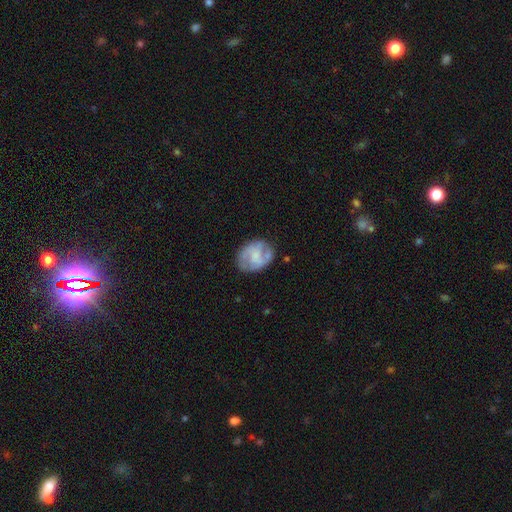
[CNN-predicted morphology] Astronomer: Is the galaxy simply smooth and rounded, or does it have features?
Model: featured or disk — 59% (runner-up: smooth, 34%).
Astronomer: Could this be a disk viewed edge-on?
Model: no — 98%.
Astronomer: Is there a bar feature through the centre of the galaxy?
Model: no — 63%.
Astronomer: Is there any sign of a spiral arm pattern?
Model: yes — 70%.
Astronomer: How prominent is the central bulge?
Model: none — 44% (runner-up: small, 26%).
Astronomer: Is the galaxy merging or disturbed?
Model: none — 64%.